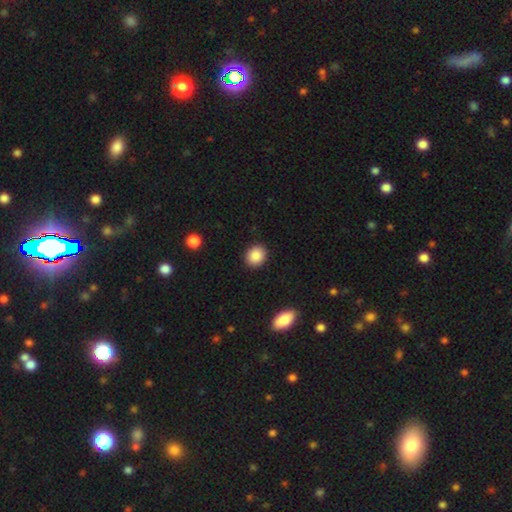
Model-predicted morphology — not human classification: Q: Smooth or featured?
A: smooth (89%); runner-up: star or artifact (8%)
Q: How rounded?
A: round (68%); runner-up: in between (31%)
Q: Merging?
A: none (90%); runner-up: minor disturbance (7%)